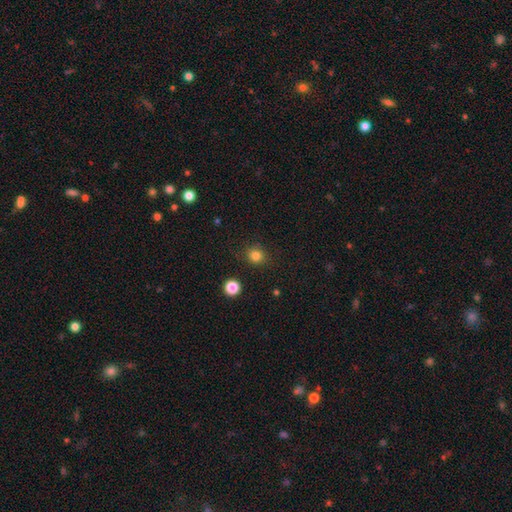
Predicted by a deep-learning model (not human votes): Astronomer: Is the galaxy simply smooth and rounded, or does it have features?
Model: smooth — 82%.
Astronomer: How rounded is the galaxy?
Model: round — 84%.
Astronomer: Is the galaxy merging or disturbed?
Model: none — 88%.